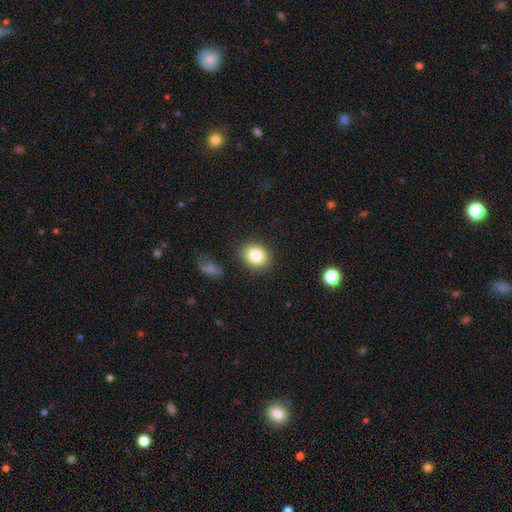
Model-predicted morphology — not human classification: Smooth or featured? Predicted: smooth (p=0.82). How rounded? Predicted: round (p=0.64). Merging? Predicted: none (p=0.85).